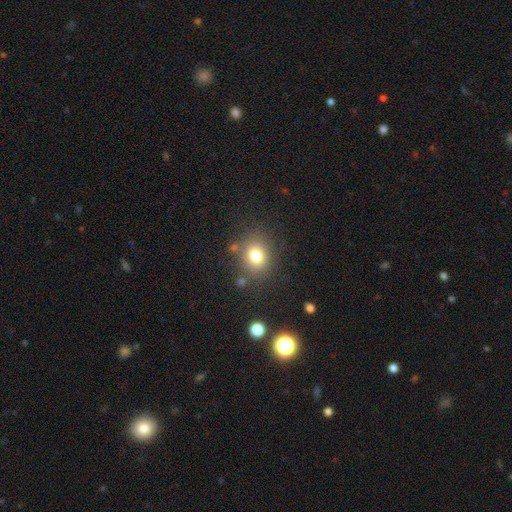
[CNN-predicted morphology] The model was most divided on "how rounded": round: 65%, in between: 34%, cigar-shaped: 1%. More confident: smooth or featured — smooth (78%); merging — none (77%).